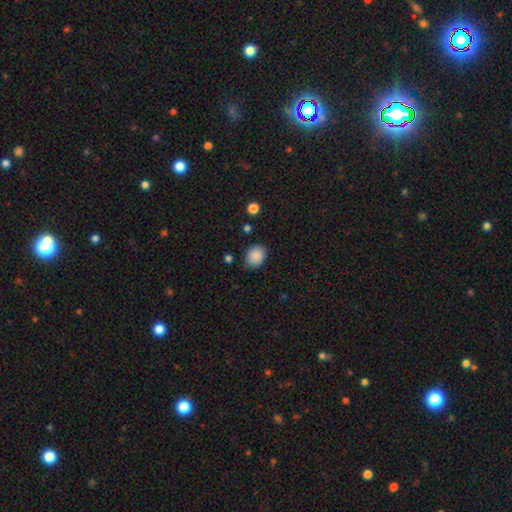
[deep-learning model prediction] A smooth galaxy with no disk features (88%) that is in between round and cigar-shaped (52%). Merging: none (82%).